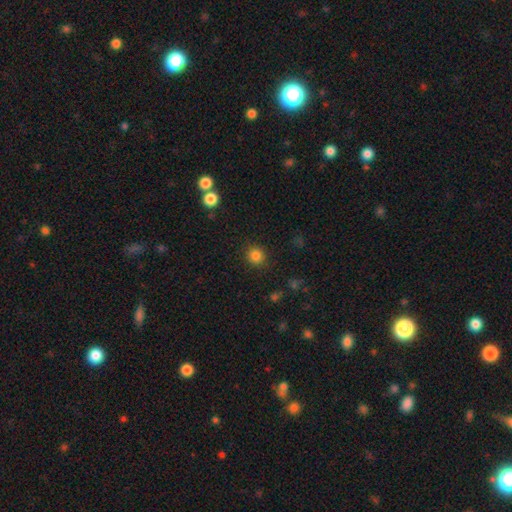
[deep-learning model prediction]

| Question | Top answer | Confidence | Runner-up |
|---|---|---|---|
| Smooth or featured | smooth | 83% | star or artifact (13%) |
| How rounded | round | 91% | in between (8%) |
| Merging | none | 90% | minor disturbance (6%) |